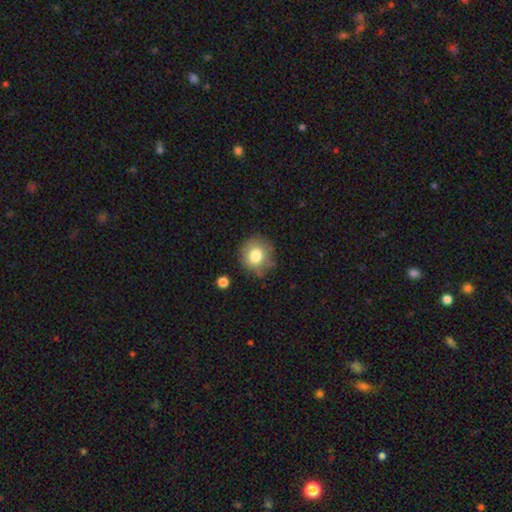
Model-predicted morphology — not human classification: A smooth galaxy with no disk features (77%) that is round (84%).

Vote fractions:
- Smooth or featured? smooth: 77% / featured or disk: 13% / star or artifact: 9%
- How rounded? round: 84% / in between: 15% / cigar-shaped: 1%
- Merging? none: 74% / minor disturbance: 17% / major disturbance: 5% / merger: 3%